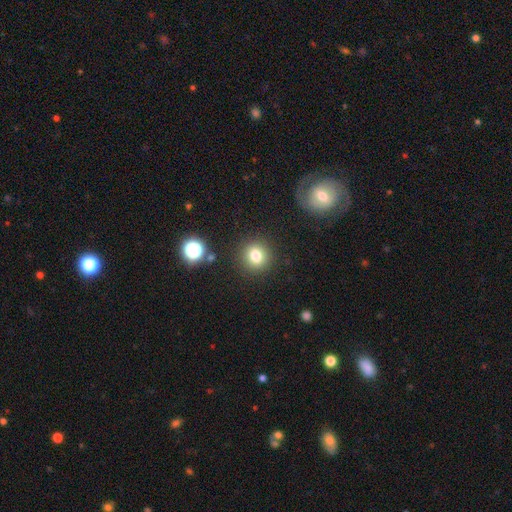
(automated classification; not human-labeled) Smooth or featured? Predicted: smooth (p=0.80). How rounded? Predicted: round (p=0.83). Merging? Predicted: none (p=0.88).